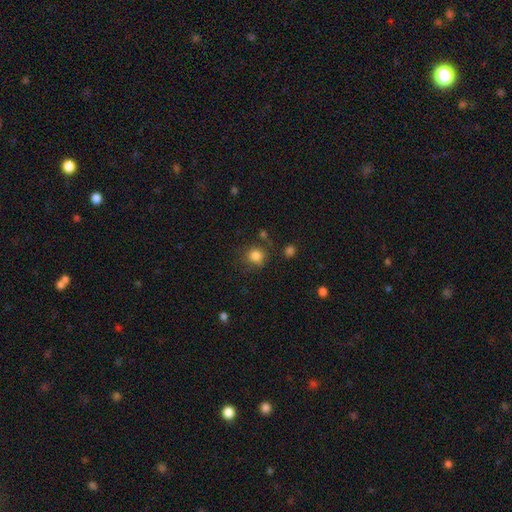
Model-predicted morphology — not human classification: Smooth or featured?
  - smooth: 83% *
  - star or artifact: 12%
  - featured or disk: 5%
How rounded?
  - round: 86% *
  - in between: 13%
  - cigar-shaped: 1%
Merging?
  - none: 75% *
  - minor disturbance: 14%
  - merger: 5%
  - major disturbance: 5%